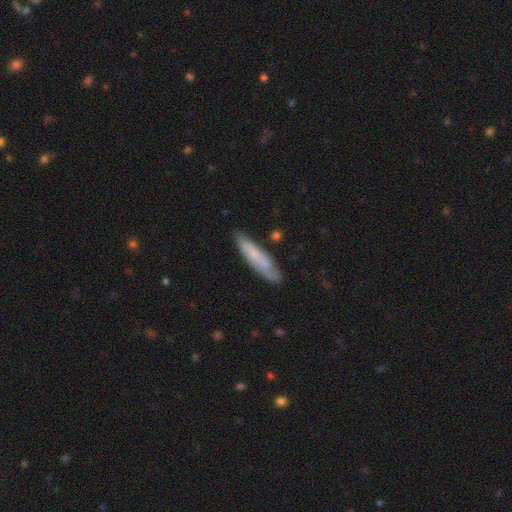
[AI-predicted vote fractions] Smooth or featured? smooth (58%)
How rounded? cigar-shaped (80%)
Merging? none (75%)